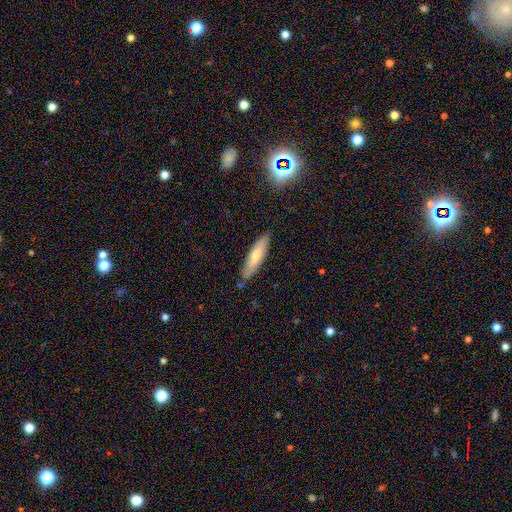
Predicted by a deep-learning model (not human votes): A smooth galaxy with no disk features (63%) that is cigar-shaped (70%).

Vote fractions:
- Smooth or featured? smooth: 63% / featured or disk: 31% / star or artifact: 6%
- How rounded? cigar-shaped: 70% / in between: 29% / round: 2%
- Merging? none: 82% / minor disturbance: 14% / major disturbance: 2% / merger: 2%